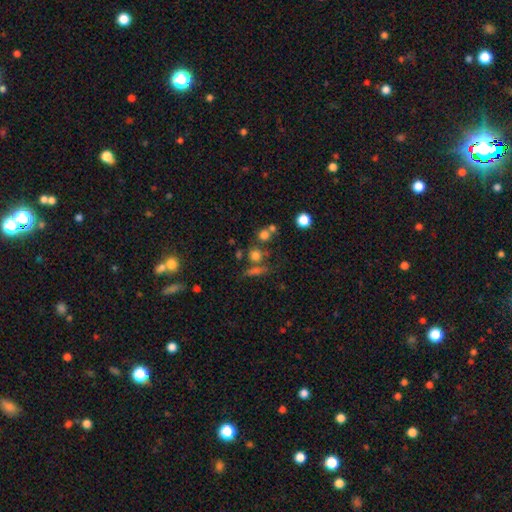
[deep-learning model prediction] Smooth or featured? Predicted: smooth (p=0.70). How rounded? Predicted: round (p=0.85). Merging? Predicted: none (p=0.60).